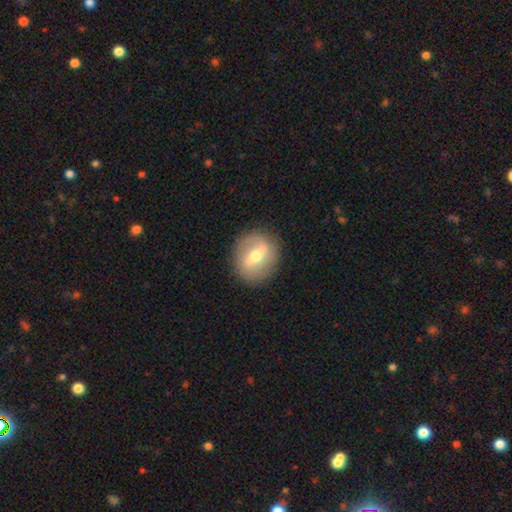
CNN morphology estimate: Smooth or featured? featured or disk (61%)
Edge-on disk? no (91%)
Bar? weak (43%, tied with strong)
Spiral arms? no (51%)
Bulge size? moderate (72%)
Merging? none (87%)